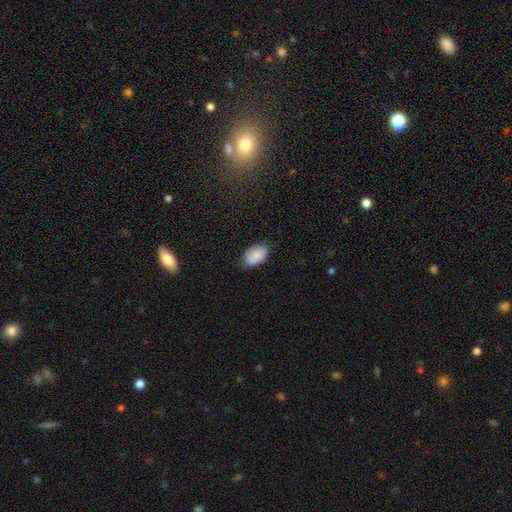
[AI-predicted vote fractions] A smooth galaxy with no disk features (86%) that is in between round and cigar-shaped (92%).

Vote fractions:
- Smooth or featured? smooth: 86% / featured or disk: 7% / star or artifact: 7%
- How rounded? in between: 92% / round: 6% / cigar-shaped: 1%
- Merging? none: 76% / minor disturbance: 19% / major disturbance: 3% / merger: 1%